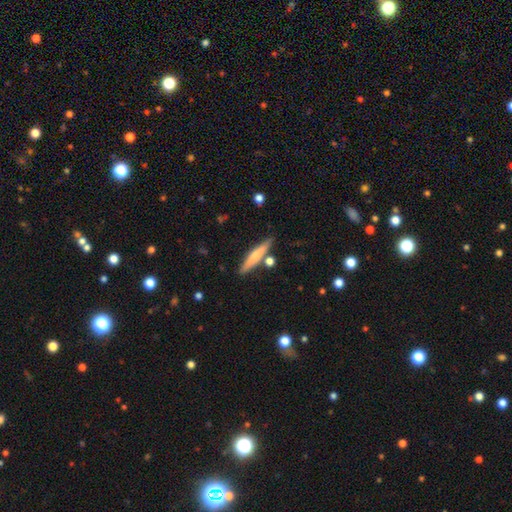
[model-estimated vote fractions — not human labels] Q: Smooth or featured?
A: smooth (58%); runner-up: featured or disk (36%)
Q: How rounded?
A: cigar-shaped (90%); runner-up: in between (8%)
Q: Merging?
A: none (81%); runner-up: minor disturbance (10%)